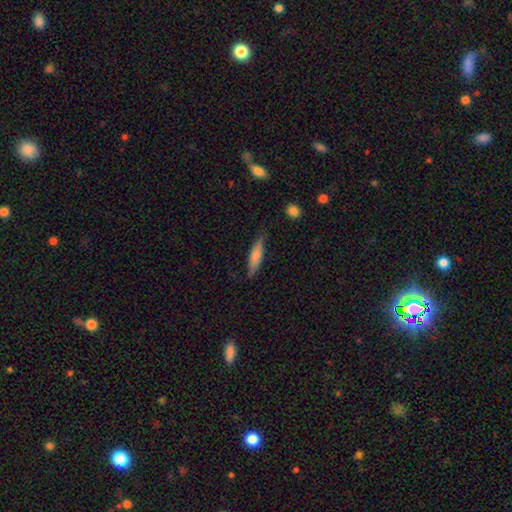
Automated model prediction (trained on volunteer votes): A smooth galaxy with no disk features (71%) that is cigar-shaped (74%). Merging: none (76%).